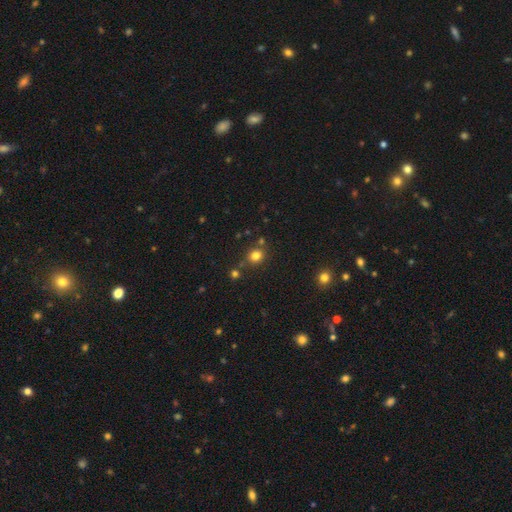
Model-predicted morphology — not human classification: A smooth galaxy with no disk features (79%) that is round (78%). Merging: none (75%).